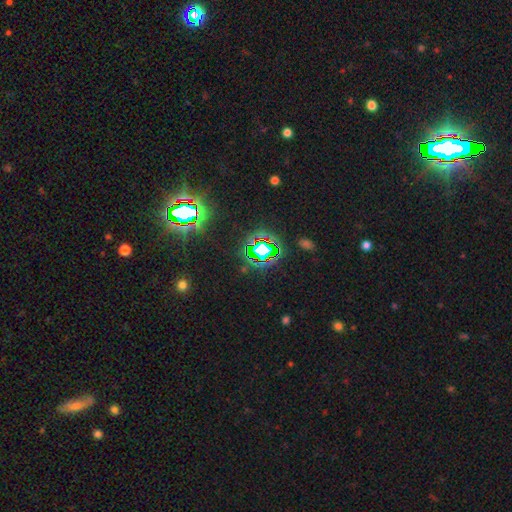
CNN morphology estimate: star or artifact 80%, smooth 12%, featured or disk 8%.